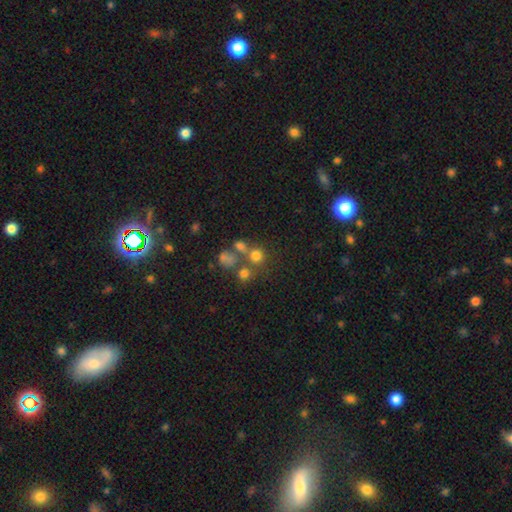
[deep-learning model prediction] smooth_or_featured: smooth (p=0.69) [alt: star or artifact p=0.18]
how_rounded: round (p=0.87) [alt: in between p=0.12]
merging: none (p=0.55) [alt: merger p=0.31]